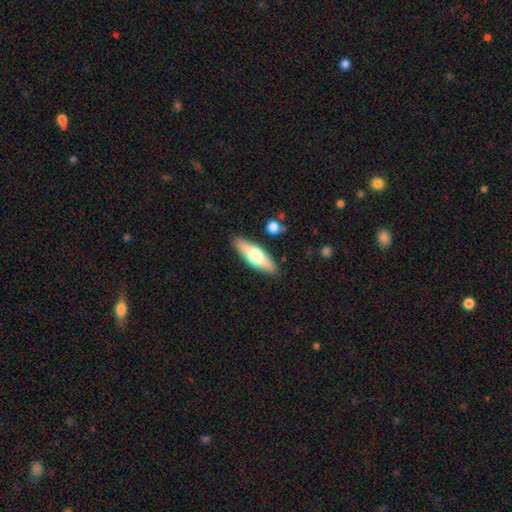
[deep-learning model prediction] Smooth or featured?
  - smooth: 55% *
  - featured or disk: 39%
  - star or artifact: 6%
How rounded?
  - in between: 50% *
  - cigar-shaped: 48%
  - round: 2%
Merging?
  - none: 86% *
  - minor disturbance: 9%
  - merger: 2%
  - major disturbance: 2%